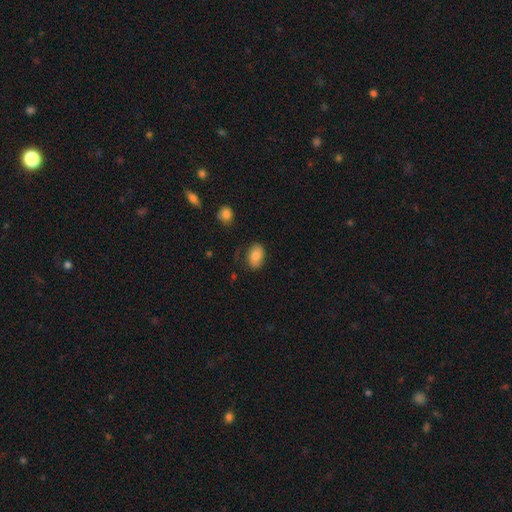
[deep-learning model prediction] A smooth galaxy with no disk features (81%) that is in between round and cigar-shaped (86%). Merging: none (68%).